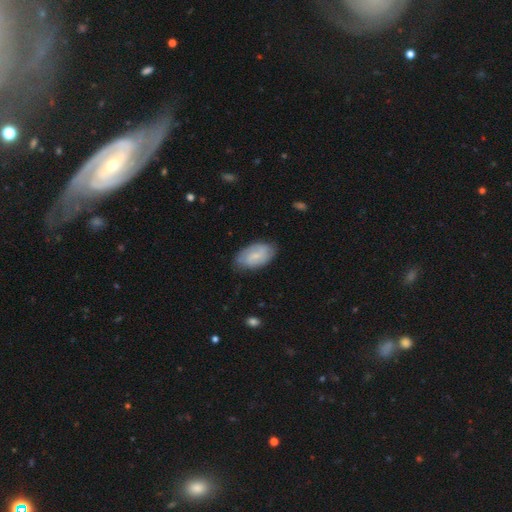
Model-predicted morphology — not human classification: Smooth or featured? Predicted: smooth (p=0.50). How rounded? Predicted: in between (p=0.93). Merging? Predicted: none (p=0.75).